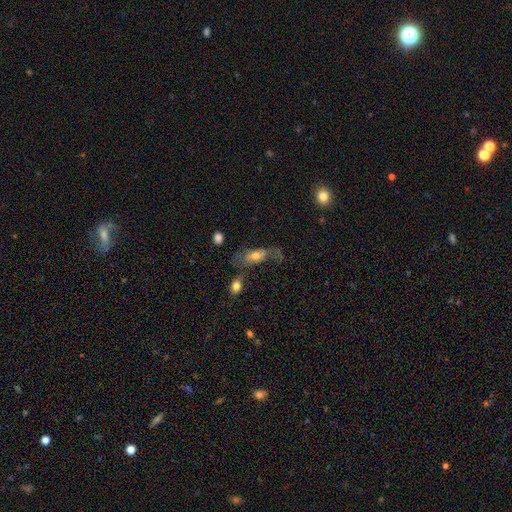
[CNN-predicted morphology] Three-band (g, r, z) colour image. It shows a smooth galaxy with no disk features (54%) that is in between round and cigar-shaped (79%). Merging: major disturbance (35%).